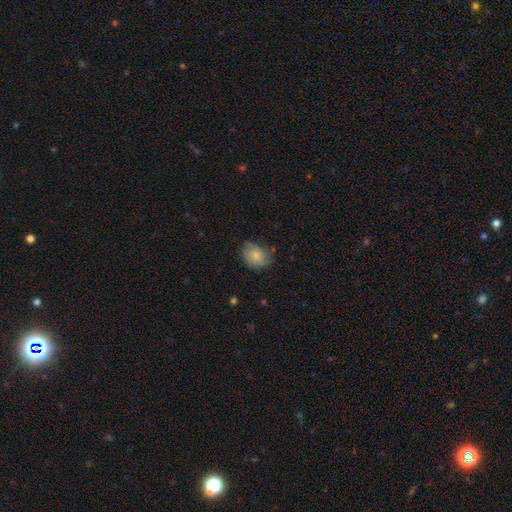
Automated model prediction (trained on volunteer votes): Smooth or featured?
  - smooth: 80% *
  - featured or disk: 13%
  - star or artifact: 8%
How rounded?
  - in between: 62% *
  - round: 37%
  - cigar-shaped: 1%
Merging?
  - none: 64% *
  - minor disturbance: 28%
  - major disturbance: 6%
  - merger: 2%